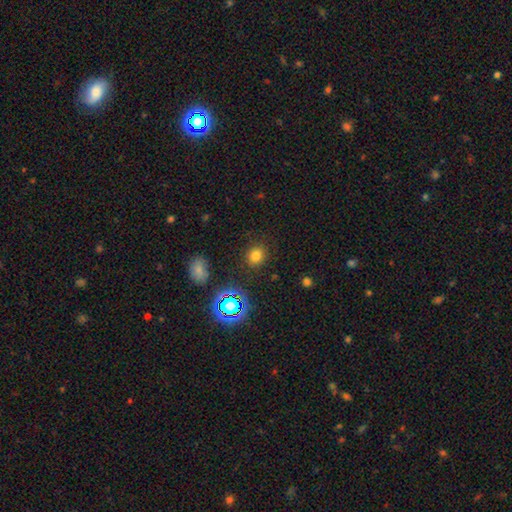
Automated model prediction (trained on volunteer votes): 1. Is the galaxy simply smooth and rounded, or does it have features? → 72% smooth, 21% star or artifact, 7% featured or disk.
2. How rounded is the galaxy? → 79% round, 20% in between, 1% cigar-shaped.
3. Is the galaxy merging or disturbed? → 85% none, 9% minor disturbance, 3% major disturbance, 2% merger.